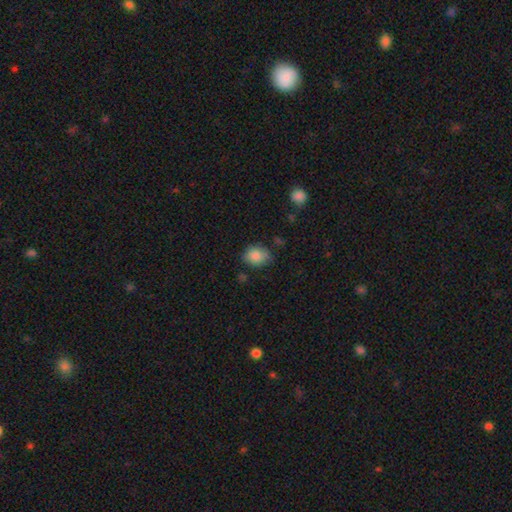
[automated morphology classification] This appears to be a smooth galaxy with no disk features (86%) that is round (52%). Merging: none (71%).